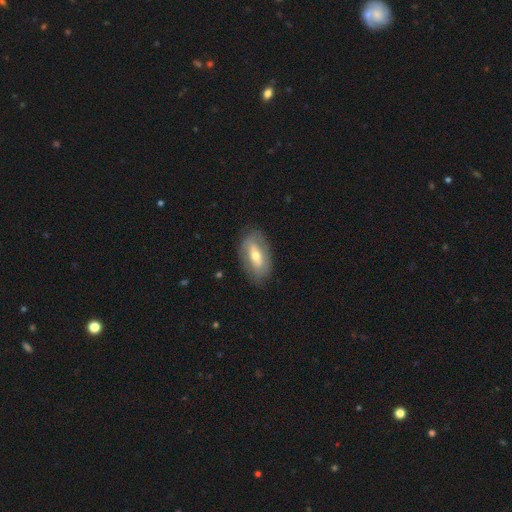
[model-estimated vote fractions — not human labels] Smooth or featured? Predicted: featured or disk (p=0.51). Edge-on disk? Predicted: no (p=0.84). Merging? Predicted: none (p=0.78).